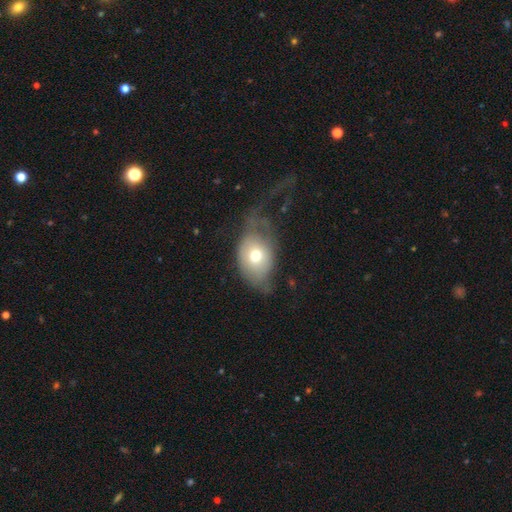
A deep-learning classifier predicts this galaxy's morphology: Smooth or featured? smooth (62%)
How rounded? in between (69%)
Merging? major disturbance (43%)